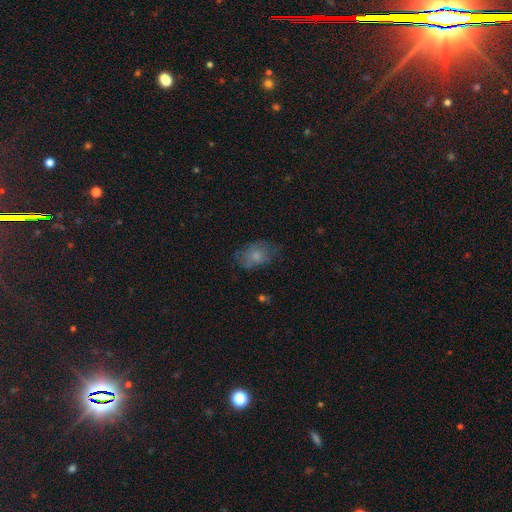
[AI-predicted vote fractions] Overall: smooth (67%). How rounded: in between (82%). Merging: none (59%; minor disturbance 28%).